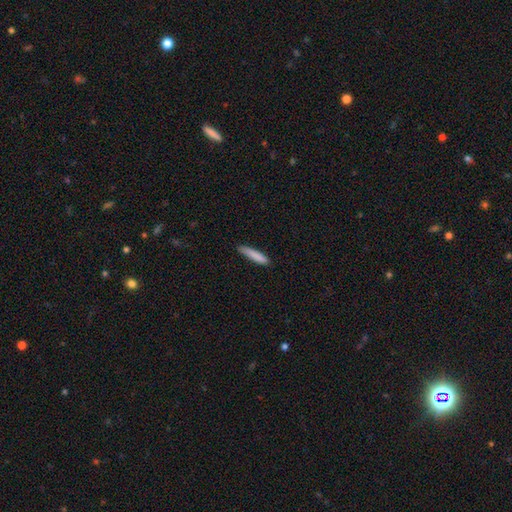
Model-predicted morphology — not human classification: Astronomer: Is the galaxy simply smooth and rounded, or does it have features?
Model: smooth — 85%.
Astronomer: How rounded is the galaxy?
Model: cigar-shaped — 88%.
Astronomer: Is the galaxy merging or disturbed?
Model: none — 84%.